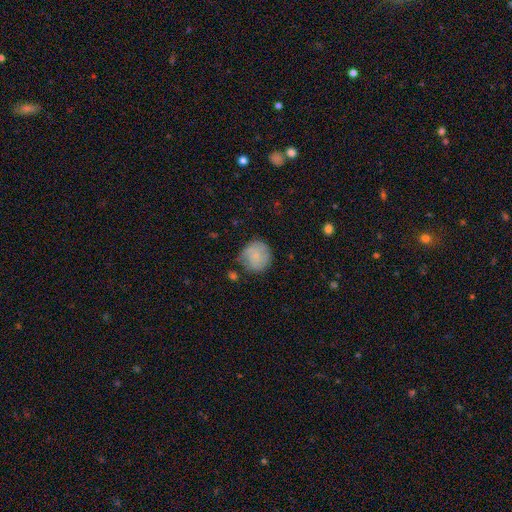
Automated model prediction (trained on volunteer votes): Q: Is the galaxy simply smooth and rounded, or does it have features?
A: smooth — 70%.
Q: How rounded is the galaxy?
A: round — 89%.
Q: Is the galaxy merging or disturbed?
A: none — 64%.